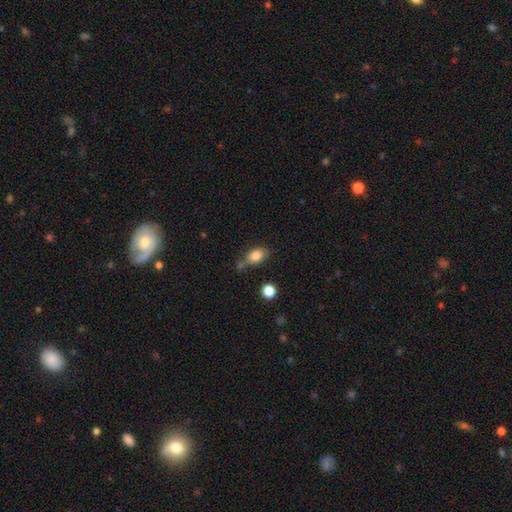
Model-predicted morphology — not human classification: Overall: smooth (83%). How rounded: in between (81%). Merging: none (57%; minor disturbance 21%).